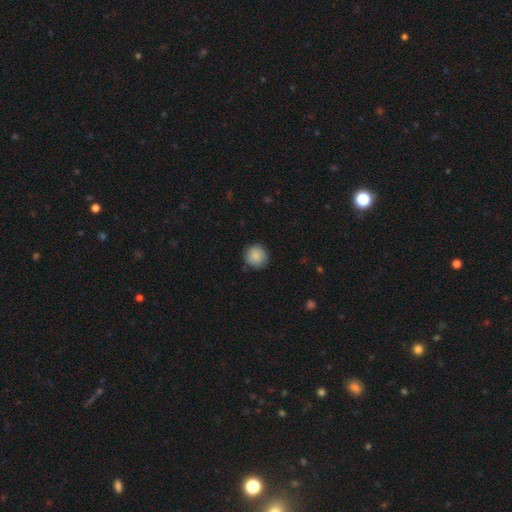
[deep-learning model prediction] smooth_or_featured: smooth (p=0.87) [alt: star or artifact p=0.07]
how_rounded: round (p=0.93) [alt: in between p=0.06]
merging: none (p=0.84) [alt: minor disturbance p=0.12]